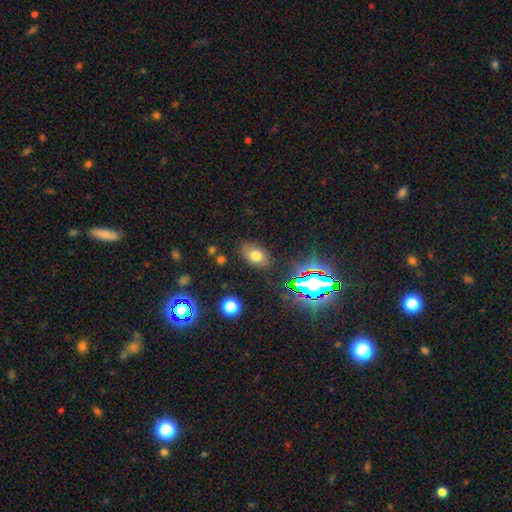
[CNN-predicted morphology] Q: Smooth or featured?
A: smooth (70%); runner-up: star or artifact (18%)
Q: How rounded?
A: in between (84%); runner-up: round (15%)
Q: Merging?
A: none (82%); runner-up: minor disturbance (12%)